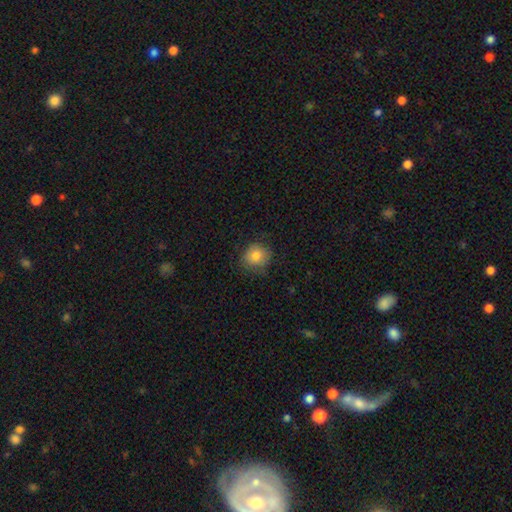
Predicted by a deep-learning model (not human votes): Smooth or featured? Predicted: smooth (p=0.81). How rounded? Predicted: round (p=0.82). Merging? Predicted: none (p=0.76).